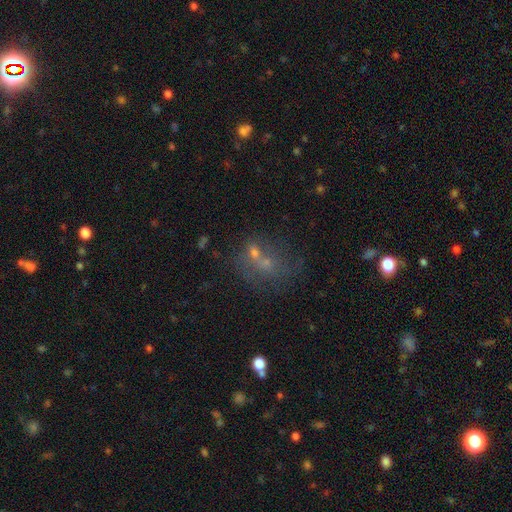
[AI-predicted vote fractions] Smooth or featured?
  - smooth: 45% *
  - featured or disk: 30%
  - star or artifact: 24%
Merging?
  - merger: 47% *
  - none: 29%
  - major disturbance: 13%
  - minor disturbance: 11%